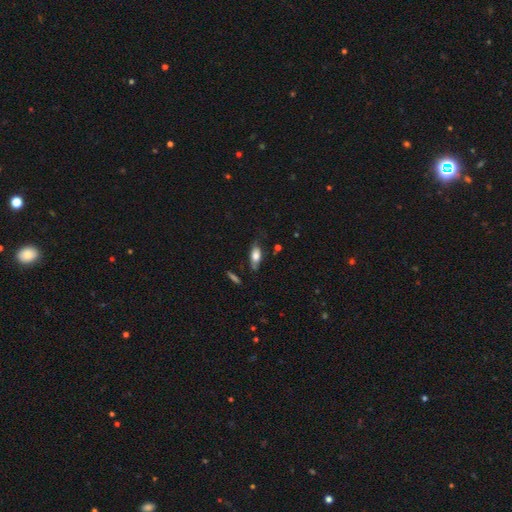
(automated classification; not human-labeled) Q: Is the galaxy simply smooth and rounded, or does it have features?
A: smooth — 71%.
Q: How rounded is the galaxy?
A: in between — 80%.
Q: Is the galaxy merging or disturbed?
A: none — 65%.